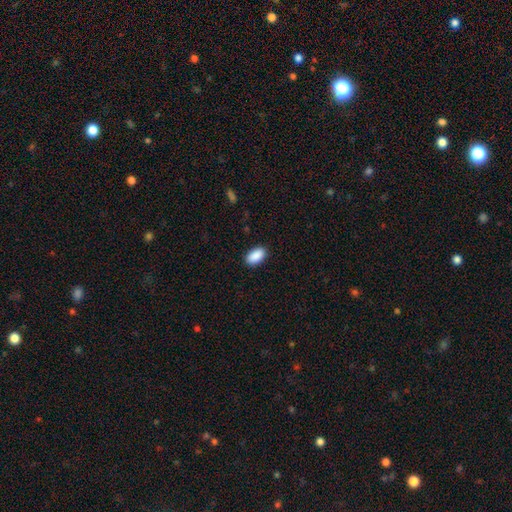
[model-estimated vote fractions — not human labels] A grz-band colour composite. It shows a smooth galaxy with no disk features (91%) that is in between round and cigar-shaped (94%). Merging: none (90%).